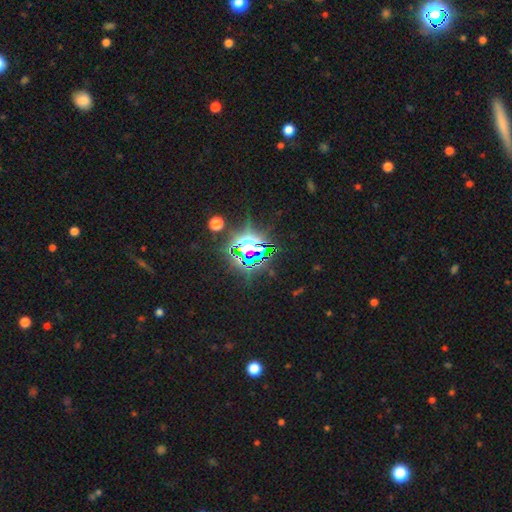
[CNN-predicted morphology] Smooth or featured: star or artifact — 80% (smooth — 11%)